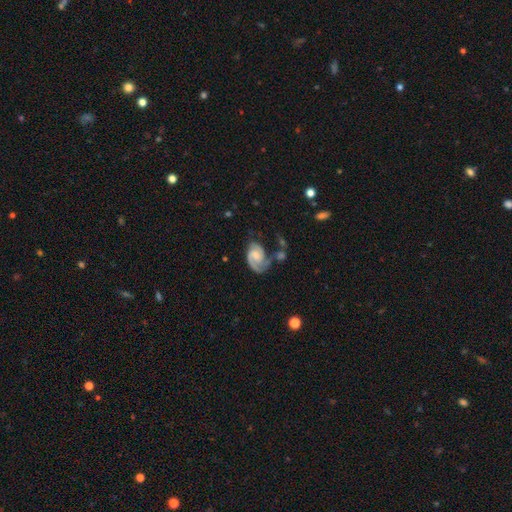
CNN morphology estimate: smooth_or_featured: featured or disk (p=0.84) [alt: smooth p=0.10]
disk_edge_on: no (p=0.98) [alt: yes p=0.02]
bar: no (p=0.50) [alt: weak p=0.42]
has_spiral_arms: yes (p=0.97) [alt: no p=0.03]
spiral_winding: medium (p=0.47) [alt: tight p=0.41]
spiral_arm_count: 2 (p=0.81) [alt: 1 p=0.08]
bulge_size: small (p=0.40) [alt: moderate p=0.39]
merging: none (p=0.51) [alt: minor disturbance p=0.23]